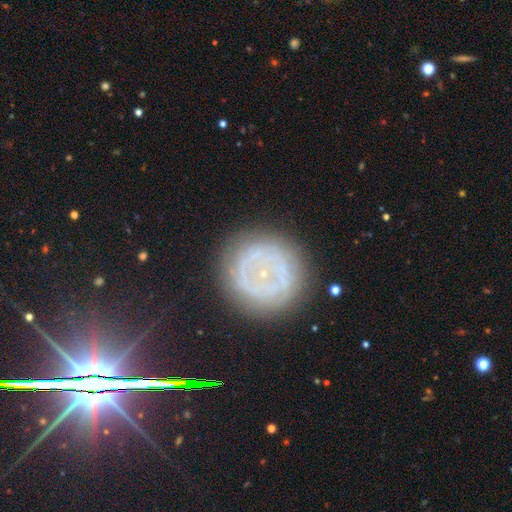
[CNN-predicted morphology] Smooth or featured: featured or disk — 63% (smooth — 26%)
Edge-on disk: no — 97% (yes — 3%)
Bar: no — 74% (weak — 18%)
Spiral arms: yes — 54% (no — 46%)
Bulge size: small — 40% (moderate — 28%)
Merging: none — 70% (minor disturbance — 16%)